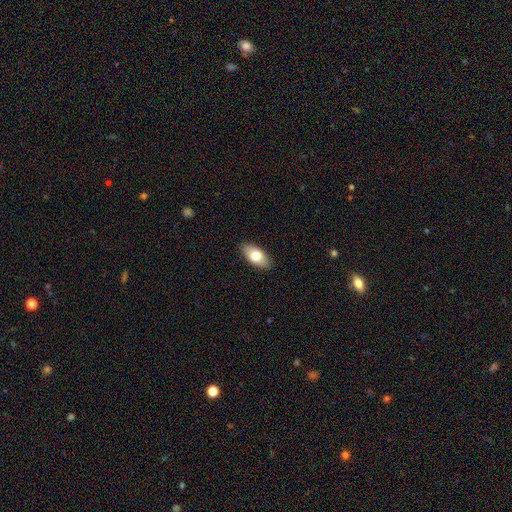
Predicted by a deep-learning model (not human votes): Q: Smooth or featured?
A: smooth (73%); runner-up: featured or disk (20%)
Q: How rounded?
A: in between (91%); runner-up: cigar-shaped (5%)
Q: Merging?
A: none (89%); runner-up: minor disturbance (9%)